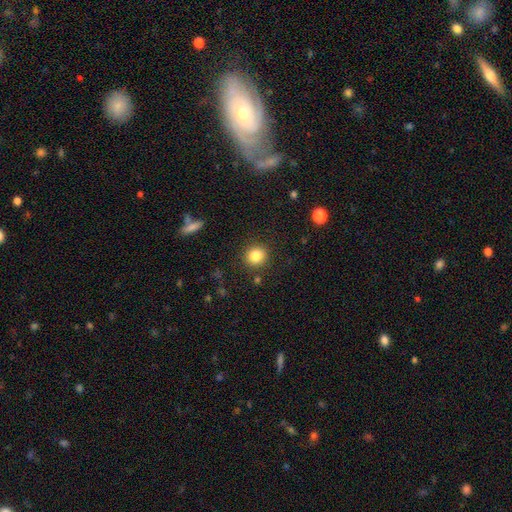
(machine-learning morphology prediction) Smooth or featured? smooth (84%)
How rounded? round (89%)
Merging? none (88%)